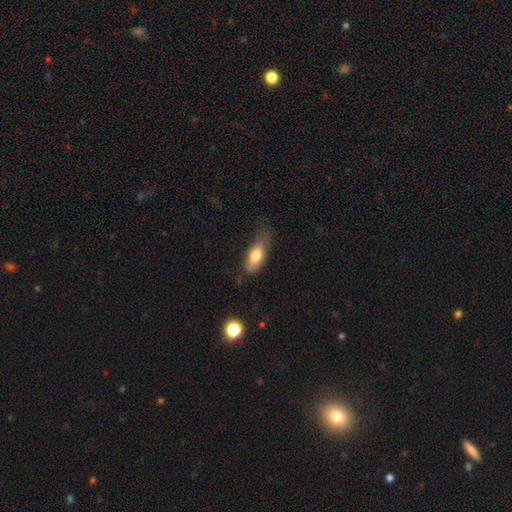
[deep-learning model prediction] smooth 77%, featured or disk 16%, star or artifact 7%. Down the decision tree: how rounded — in between (76%); merging — none (54%).